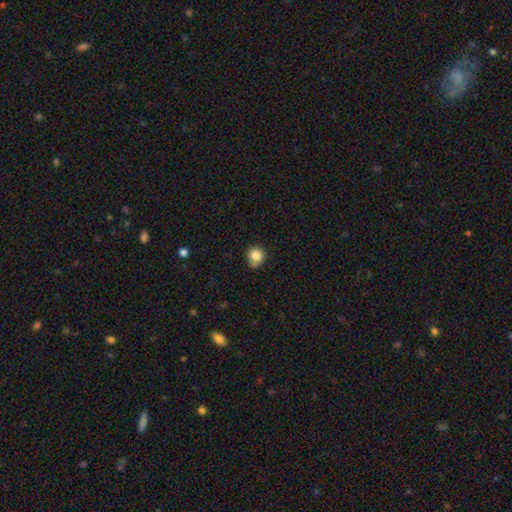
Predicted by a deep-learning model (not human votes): A smooth galaxy with no disk features (84%) that is round (87%). Merging: none (76%).